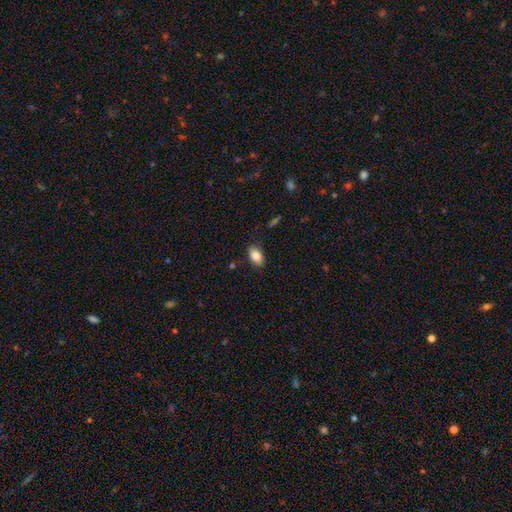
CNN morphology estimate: A smooth galaxy with no disk features (85%) that is in between round and cigar-shaped (88%).

Vote fractions:
- Smooth or featured? smooth: 85% / star or artifact: 8% / featured or disk: 7%
- How rounded? in between: 88% / round: 10% / cigar-shaped: 2%
- Merging? none: 81% / minor disturbance: 14% / major disturbance: 3% / merger: 1%